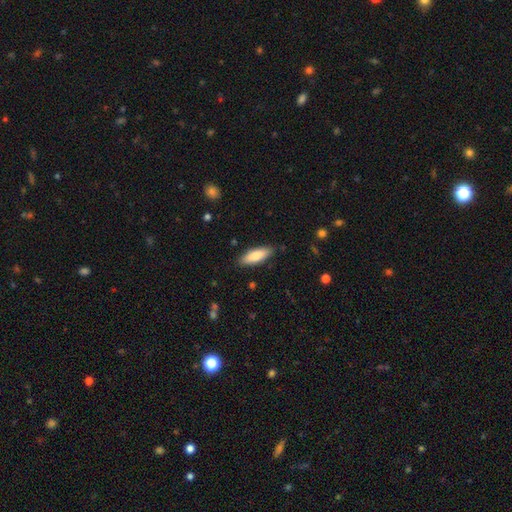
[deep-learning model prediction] Smooth or featured?
  - smooth: 81% *
  - featured or disk: 13%
  - star or artifact: 6%
How rounded?
  - in between: 57% *
  - cigar-shaped: 41%
  - round: 2%
Merging?
  - none: 87% *
  - minor disturbance: 10%
  - major disturbance: 2%
  - merger: 1%